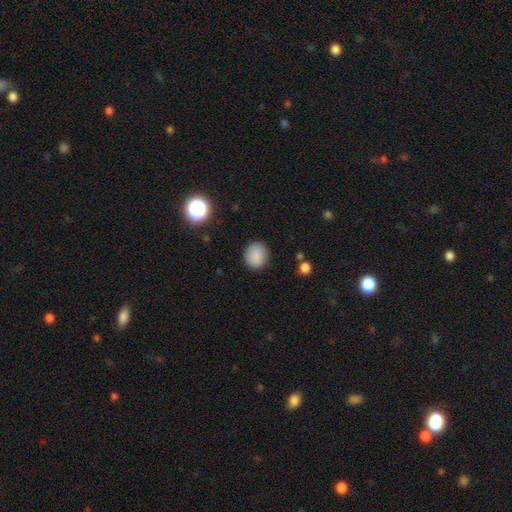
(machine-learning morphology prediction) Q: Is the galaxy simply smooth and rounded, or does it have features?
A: smooth — 86%.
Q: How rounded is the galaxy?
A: round — 73%.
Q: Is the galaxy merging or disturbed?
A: none — 86%.